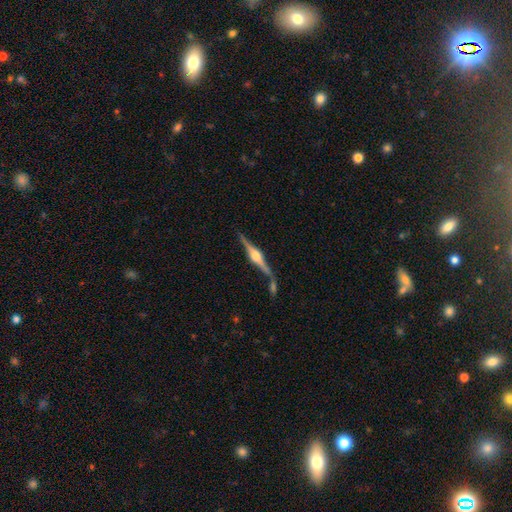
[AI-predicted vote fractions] The model was most divided on "merging": none: 71%, merger: 14%, minor disturbance: 11%, major disturbance: 3%. More confident: edge-on disk — yes (98%); edge-on bulge — rounded (92%); smooth or featured — featured or disk (86%).